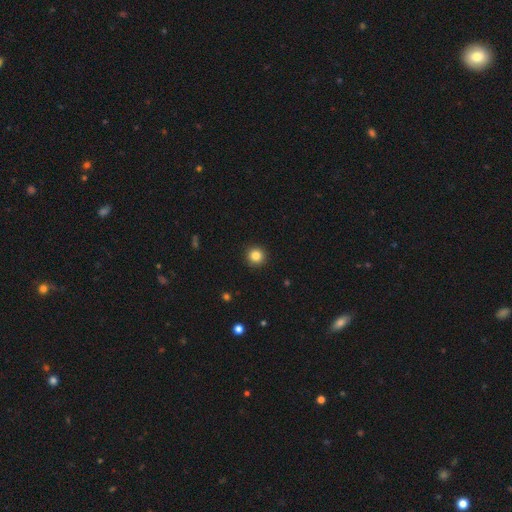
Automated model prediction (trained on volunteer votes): This is clearly a smooth galaxy (85%). How rounded: clearly round (95%). Merging: clearly none (93%).